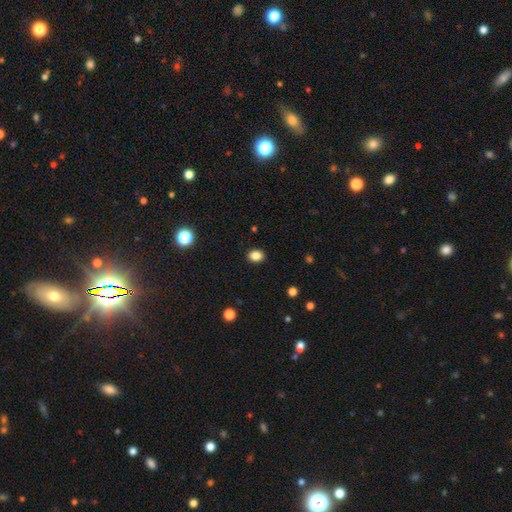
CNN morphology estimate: smooth 86%, star or artifact 11%, featured or disk 4%. Down the decision tree: how rounded — in between (57%); merging — none (90%).